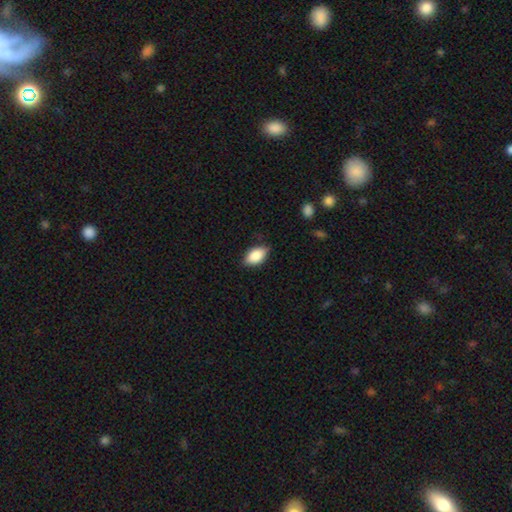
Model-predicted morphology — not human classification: Smooth or featured? smooth (84%)
How rounded? in between (91%)
Merging? none (75%)